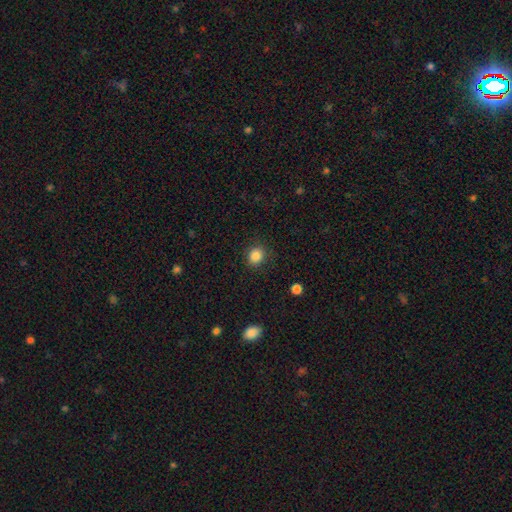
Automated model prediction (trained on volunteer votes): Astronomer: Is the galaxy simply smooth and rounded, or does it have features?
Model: smooth — 86%.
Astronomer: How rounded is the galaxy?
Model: round — 70%.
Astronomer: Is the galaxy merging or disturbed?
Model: none — 86%.